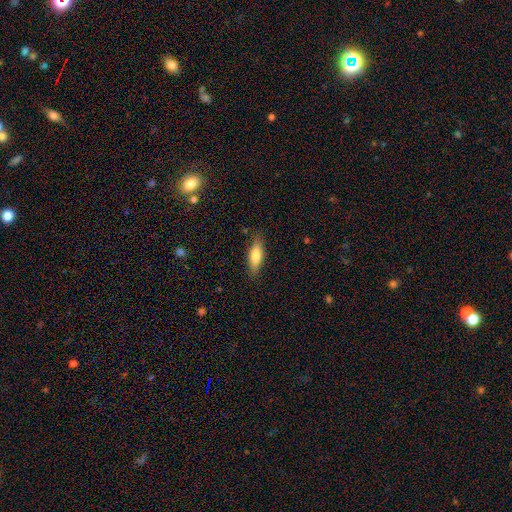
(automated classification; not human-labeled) Smooth or featured? Predicted: smooth (p=0.76). How rounded? Predicted: in between (p=0.54). Merging? Predicted: none (p=0.83).